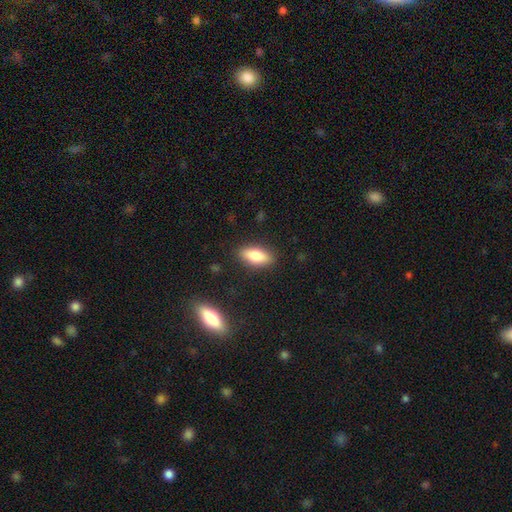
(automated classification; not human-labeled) This is likely a smooth galaxy (75%). How rounded: likely in between (77%). Merging: clearly none (87%).